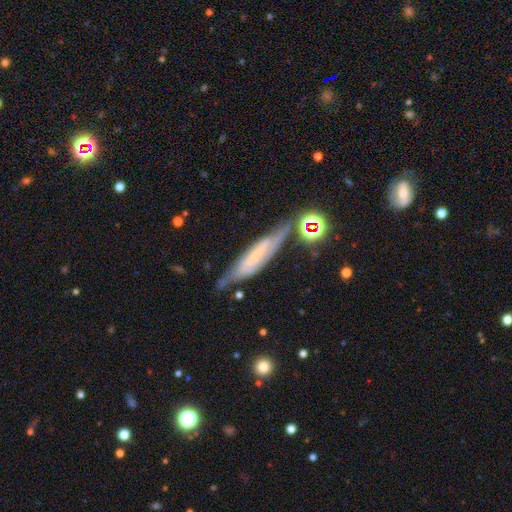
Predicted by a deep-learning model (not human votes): Smooth or featured? featured or disk (58%)
Edge-on disk? yes (61%)
Merging? none (56%)